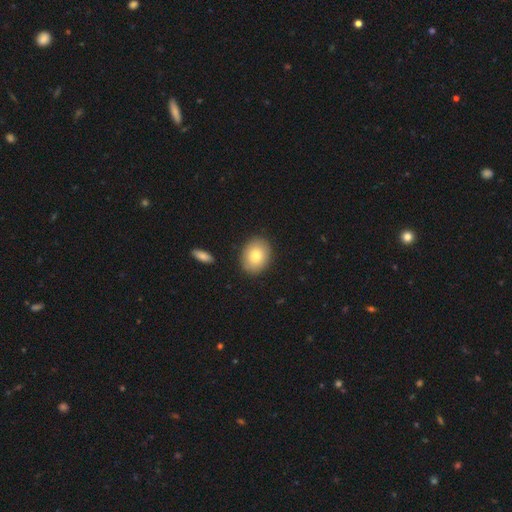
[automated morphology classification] Overall: smooth (79%). How rounded: in between (62%; round 37%). Merging: none (87%).